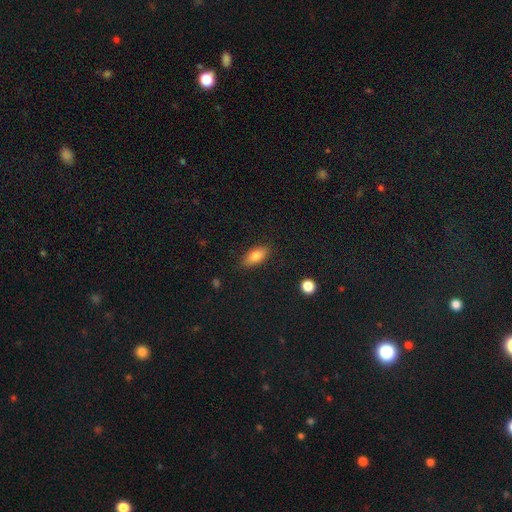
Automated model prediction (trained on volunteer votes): The model was most divided on "smooth or featured": smooth: 81%, featured or disk: 11%, star or artifact: 8%. More confident: merging — none (85%); how rounded — in between (83%).